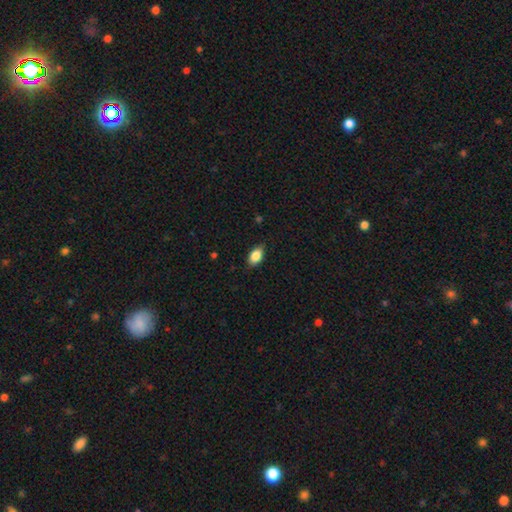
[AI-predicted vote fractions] This is clearly a smooth galaxy (86%). How rounded: clearly in between (90%). Merging: clearly none (83%).